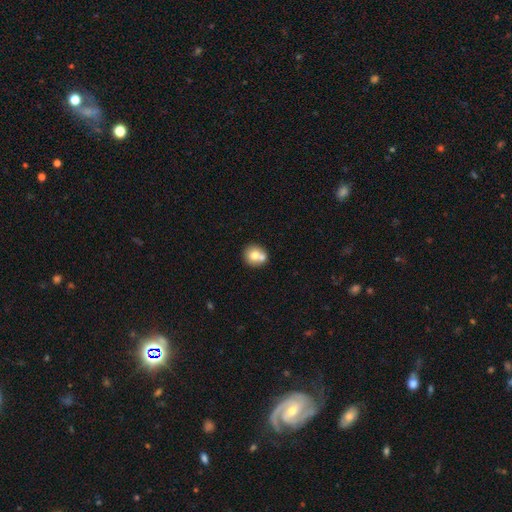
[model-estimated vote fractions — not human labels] Smooth or featured: smooth — 72% (featured or disk — 20%)
How rounded: round — 83% (in between — 16%)
Merging: none — 51% (merger — 36%)